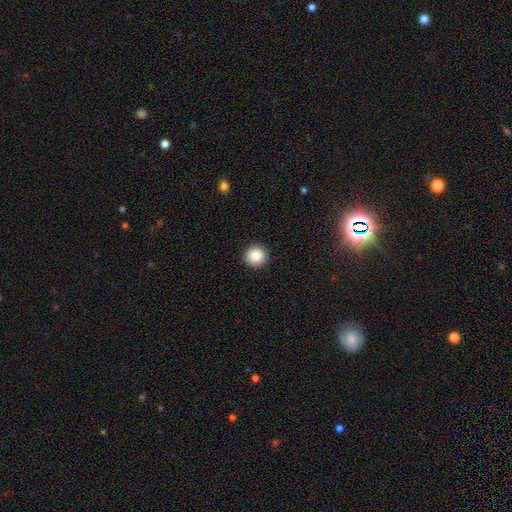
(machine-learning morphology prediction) Smooth or featured?
  - smooth: 87% *
  - star or artifact: 9%
  - featured or disk: 4%
How rounded?
  - round: 95% *
  - in between: 4%
  - cigar-shaped: 1%
Merging?
  - none: 93% *
  - minor disturbance: 5%
  - major disturbance: 2%
  - merger: 1%